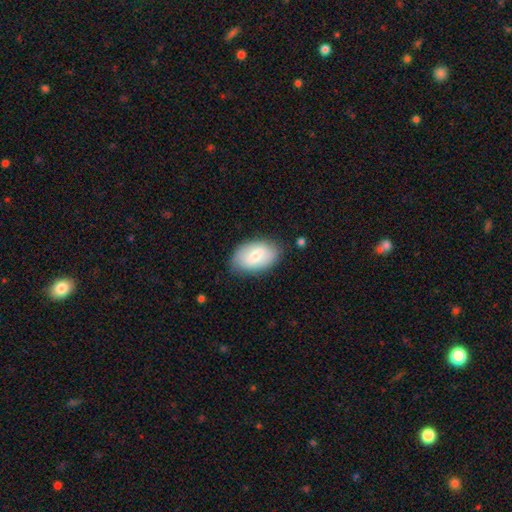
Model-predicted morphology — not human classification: smooth-or-featured: smooth: 71% | featured or disk: 23% | star or artifact: 6%
  how-rounded: in between: 92% | round: 6% | cigar-shaped: 1%
  merging: none: 81% | minor disturbance: 14% | major disturbance: 4% | merger: 1%